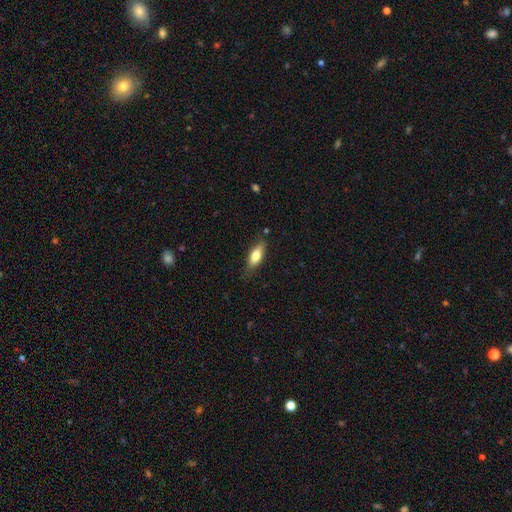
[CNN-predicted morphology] Q: Smooth or featured?
A: smooth (73%); runner-up: featured or disk (21%)
Q: How rounded?
A: in between (67%); runner-up: cigar-shaped (30%)
Q: Merging?
A: none (76%); runner-up: minor disturbance (19%)